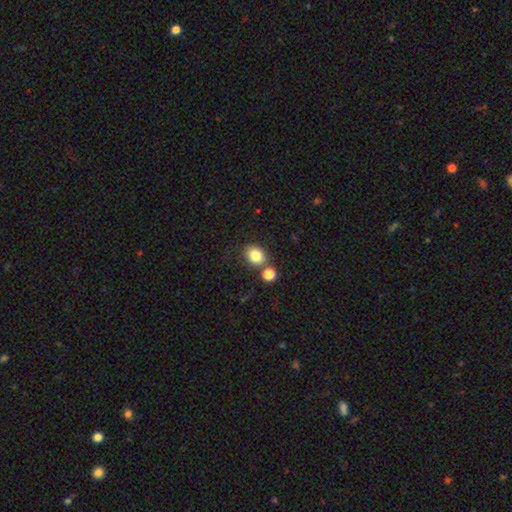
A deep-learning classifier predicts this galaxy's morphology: The model was most divided on "how rounded": in between: 50%, round: 49%, cigar-shaped: 1%. More confident: smooth or featured — smooth (83%); merging — none (69%).